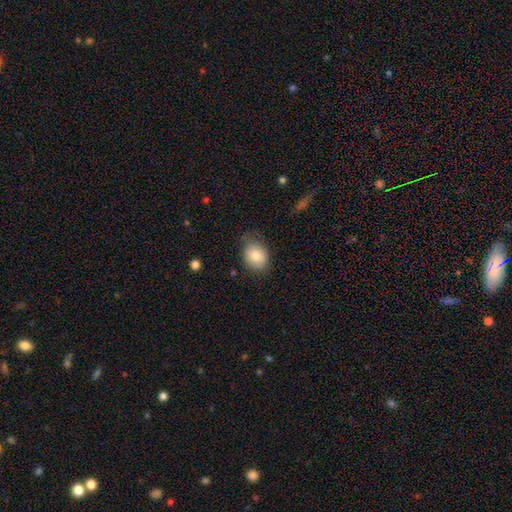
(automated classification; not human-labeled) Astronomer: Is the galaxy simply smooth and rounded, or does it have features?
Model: smooth — 83%.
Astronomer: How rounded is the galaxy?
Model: in between — 53% (runner-up: round, 46%).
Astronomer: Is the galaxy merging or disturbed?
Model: none — 72%.